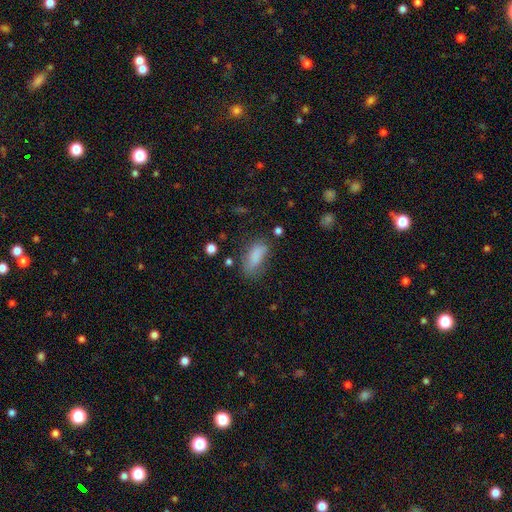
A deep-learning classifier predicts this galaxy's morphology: Smooth or featured?
  - smooth: 82% *
  - star or artifact: 9%
  - featured or disk: 8%
How rounded?
  - in between: 80% *
  - cigar-shaped: 16%
  - round: 3%
Merging?
  - none: 57% *
  - minor disturbance: 26%
  - major disturbance: 12%
  - merger: 4%